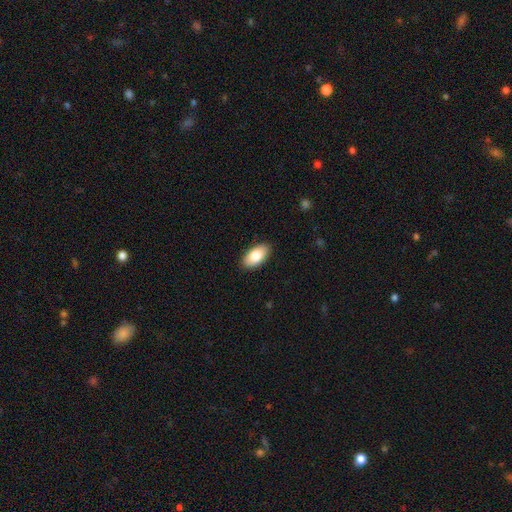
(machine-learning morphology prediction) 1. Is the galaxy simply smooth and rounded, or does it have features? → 84% smooth, 10% featured or disk, 6% star or artifact.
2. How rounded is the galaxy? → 95% in between, 3% cigar-shaped, 3% round.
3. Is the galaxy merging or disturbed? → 89% none, 8% minor disturbance, 2% major disturbance, 1% merger.